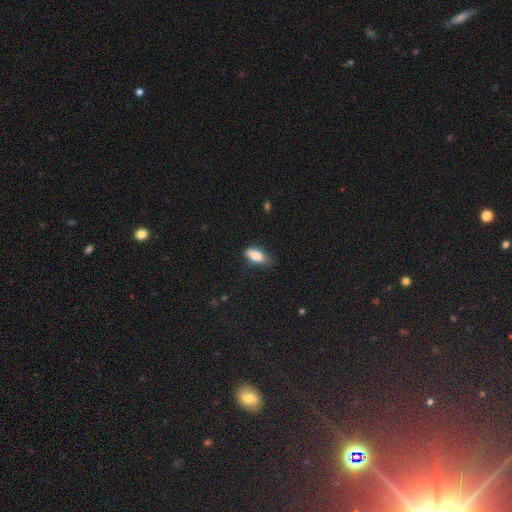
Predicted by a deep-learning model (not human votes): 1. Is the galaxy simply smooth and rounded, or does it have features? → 81% smooth, 12% featured or disk, 8% star or artifact.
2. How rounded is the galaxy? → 86% in between, 10% cigar-shaped, 4% round.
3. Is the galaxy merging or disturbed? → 58% none, 32% minor disturbance, 8% major disturbance, 2% merger.